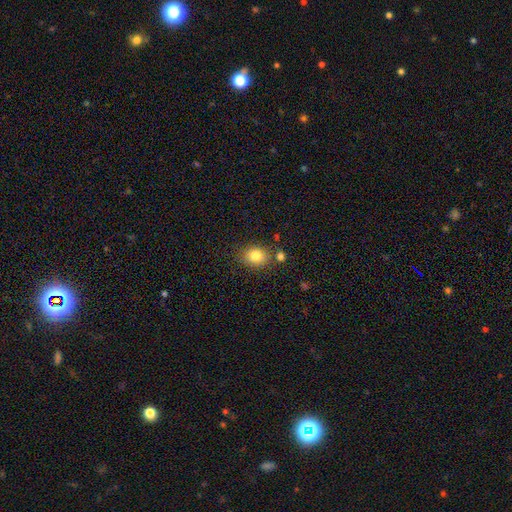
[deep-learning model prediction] Smooth or featured? Predicted: smooth (p=0.83). How rounded? Predicted: in between (p=0.53). Merging? Predicted: none (p=0.76).